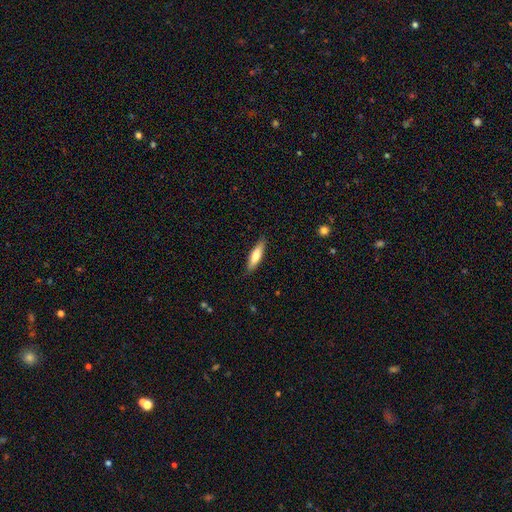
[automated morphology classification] A smooth galaxy with no disk features (69%) that is cigar-shaped (67%). Merging: none (87%).